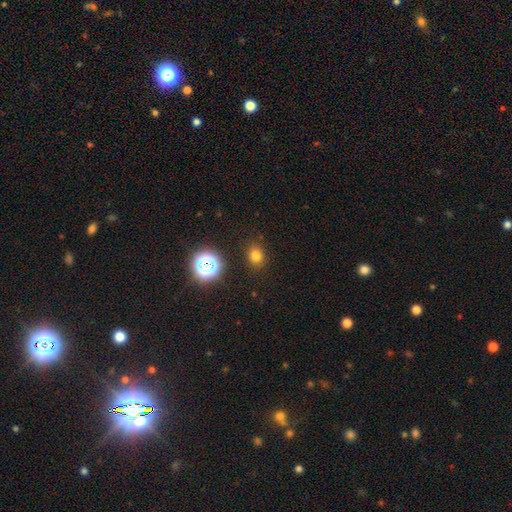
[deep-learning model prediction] Smooth or featured? Predicted: smooth (p=0.77). How rounded? Predicted: round (p=0.60). Merging? Predicted: none (p=0.86).